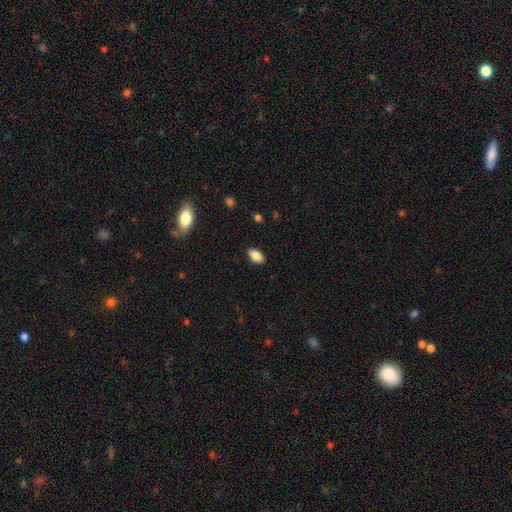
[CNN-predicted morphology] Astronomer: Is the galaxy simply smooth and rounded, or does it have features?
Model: smooth — 86%.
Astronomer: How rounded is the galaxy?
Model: in between — 92%.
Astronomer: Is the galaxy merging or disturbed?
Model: none — 88%.